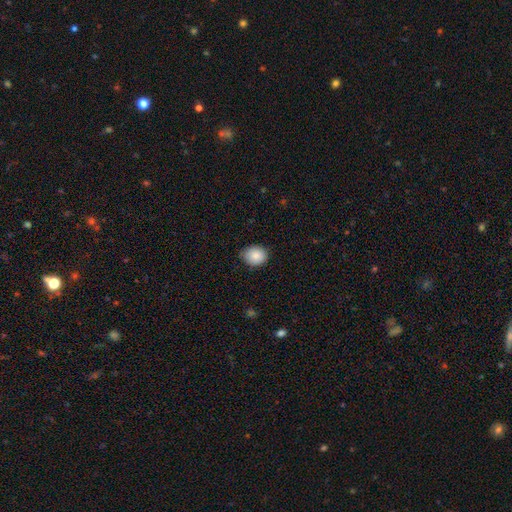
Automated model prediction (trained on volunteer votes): Q: Smooth or featured?
A: smooth (87%); runner-up: star or artifact (8%)
Q: How rounded?
A: round (60%); runner-up: in between (39%)
Q: Merging?
A: none (79%); runner-up: minor disturbance (17%)